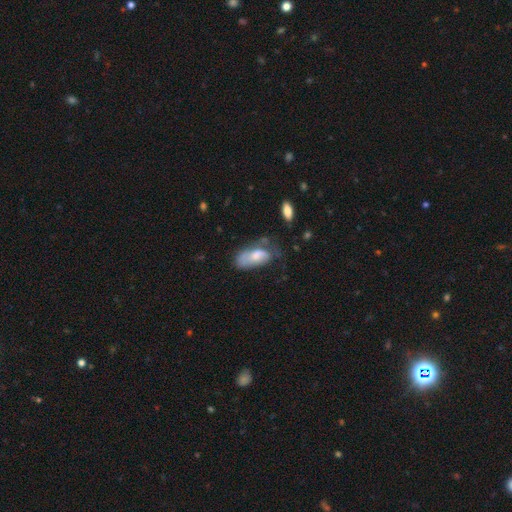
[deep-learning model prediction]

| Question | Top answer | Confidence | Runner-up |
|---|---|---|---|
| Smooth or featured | smooth | 65% | featured or disk (28%) |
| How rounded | in between | 89% | cigar-shaped (8%) |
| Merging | minor disturbance | 32% | tied: none (32%) |